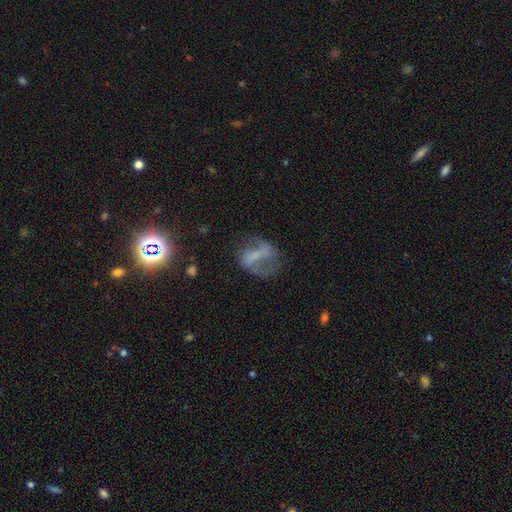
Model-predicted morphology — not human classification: smooth-or-featured: featured or disk: 61% | smooth: 24% | star or artifact: 15%
  disk-edge-on: no: 96% | yes: 4%
    bar: strong: 44% | weak: 30% | no: 25%
    has-spiral-arms: yes: 64% | no: 36%
    bulge-size: none: 60% | small: 22% | moderate: 12% | large: 4% | dominant: 2%
  merging: none: 48% | major disturbance: 27% | minor disturbance: 21% | merger: 5%